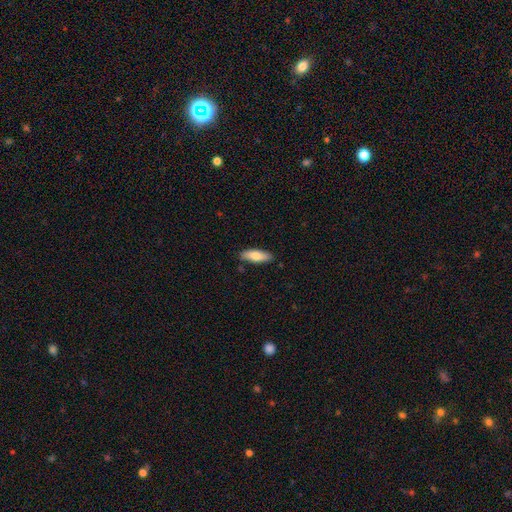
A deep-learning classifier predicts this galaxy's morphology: Smooth or featured? Predicted: smooth (p=0.78). How rounded? Predicted: in between (p=0.61). Merging? Predicted: none (p=0.83).